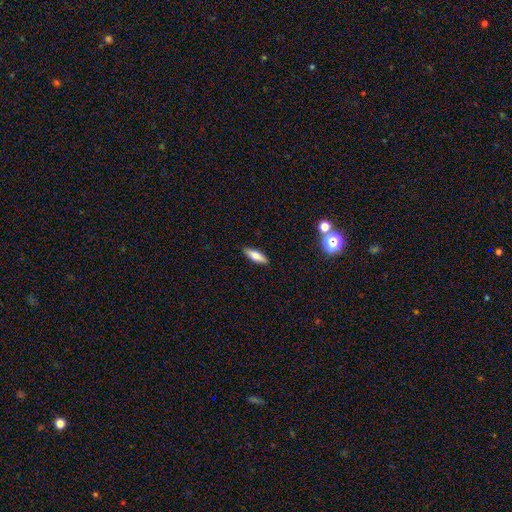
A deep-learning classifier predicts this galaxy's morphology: Smooth or featured?
  - smooth: 72% *
  - featured or disk: 21%
  - star or artifact: 7%
How rounded?
  - in between: 51% *
  - cigar-shaped: 47%
  - round: 2%
Merging?
  - none: 89% *
  - minor disturbance: 8%
  - major disturbance: 2%
  - merger: 1%